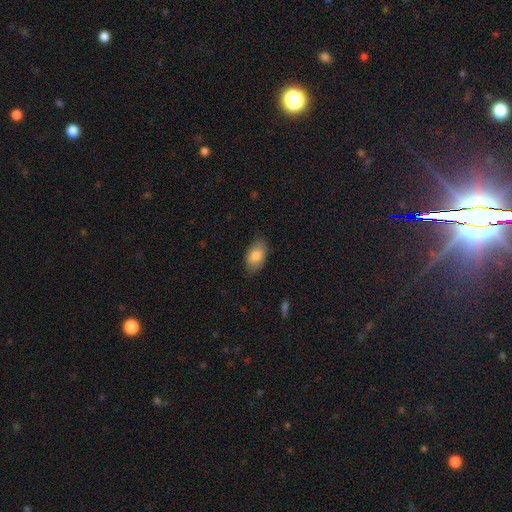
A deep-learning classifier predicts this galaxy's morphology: A smooth galaxy with no disk features (83%) that is in between round and cigar-shaped (93%). Merging: none (80%).